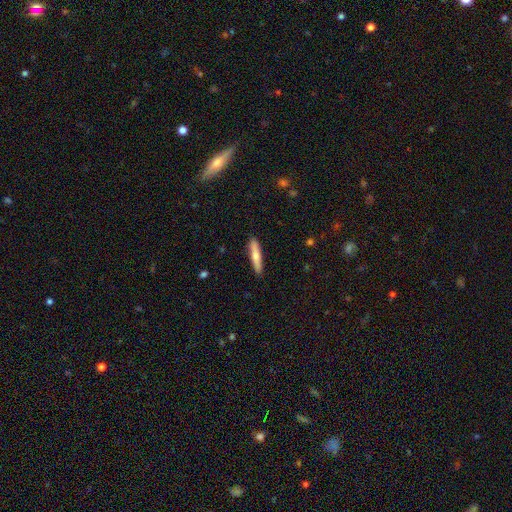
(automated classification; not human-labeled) A smooth galaxy with no disk features (62%) that is cigar-shaped (89%).

Vote fractions:
- Smooth or featured? smooth: 62% / featured or disk: 32% / star or artifact: 6%
- How rounded? cigar-shaped: 89% / in between: 10% / round: 1%
- Merging? none: 89% / minor disturbance: 8% / major disturbance: 2% / merger: 1%